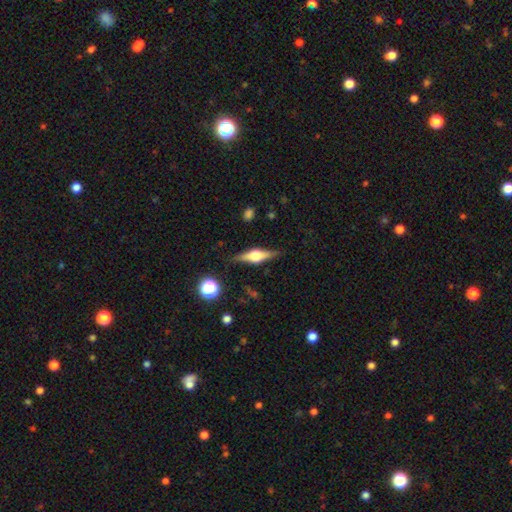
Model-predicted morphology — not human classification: smooth-or-featured: featured or disk: 71% | smooth: 22% | star or artifact: 7%
  disk-edge-on: yes: 96% | no: 4%
    edge-on-bulge: rounded: 91% | boxy: 7% | none: 2%
  merging: none: 87% | minor disturbance: 10% | major disturbance: 2% | merger: 1%